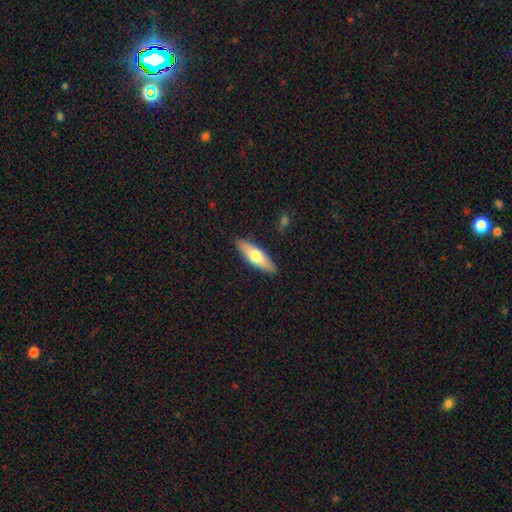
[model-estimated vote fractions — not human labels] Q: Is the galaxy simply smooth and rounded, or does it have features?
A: smooth — 58%.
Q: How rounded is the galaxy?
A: cigar-shaped — 55%.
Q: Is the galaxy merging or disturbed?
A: none — 89%.